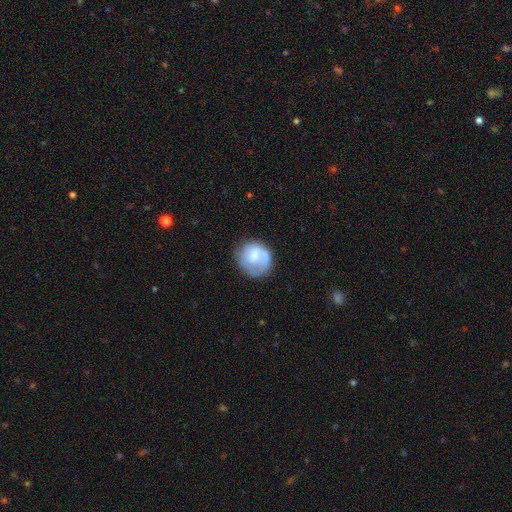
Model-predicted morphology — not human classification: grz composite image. It shows a smooth galaxy with no disk features (54%) that is round (83%). Merging: none (57%).